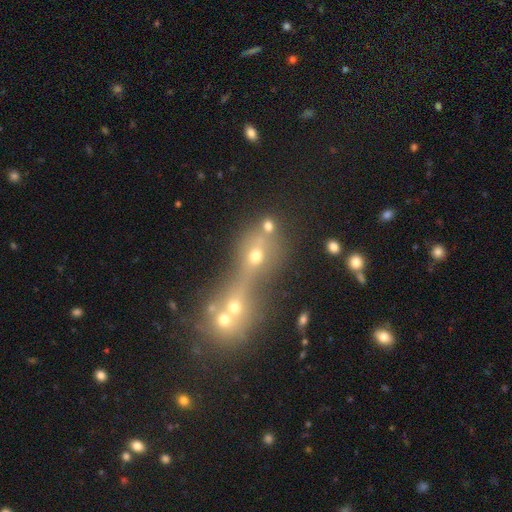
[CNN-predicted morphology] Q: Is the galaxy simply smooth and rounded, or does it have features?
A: smooth — 51%.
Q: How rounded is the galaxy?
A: round — 55%.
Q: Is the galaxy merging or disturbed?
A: merger — 61%.